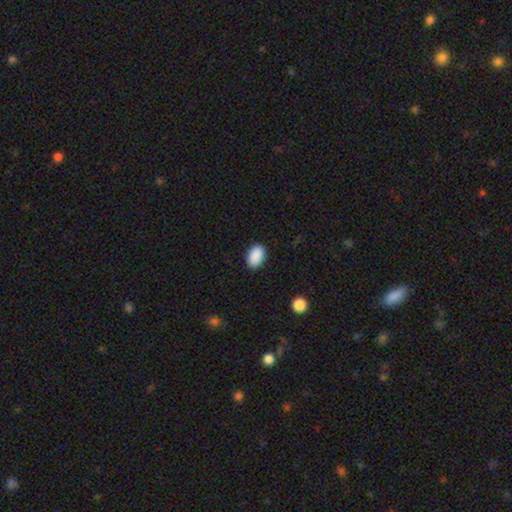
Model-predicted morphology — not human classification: This is clearly a smooth galaxy (91%). How rounded: clearly in between (90%). Merging: clearly none (90%).